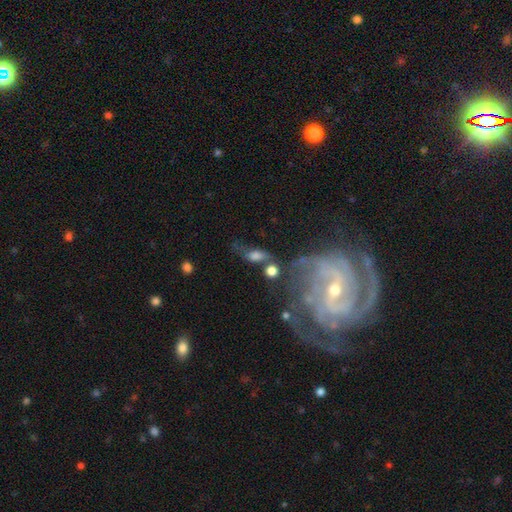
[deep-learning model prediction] The model was most divided on "merging": none: 38%, minor disturbance: 22%, major disturbance: 22%, merger: 18%. More confident: how rounded — in between (67%); smooth or featured — smooth (56%).